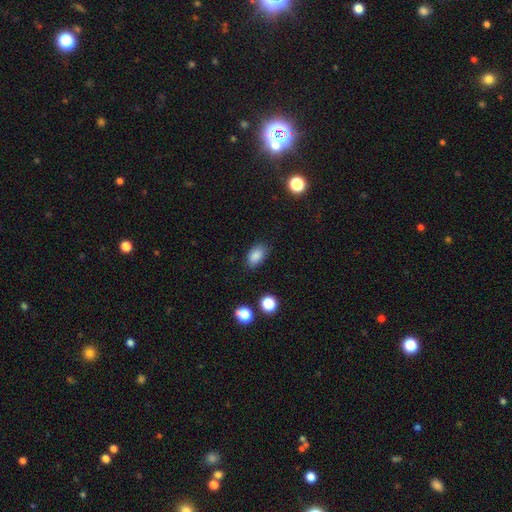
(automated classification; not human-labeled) A smooth galaxy with no disk features (86%) that is in between round and cigar-shaped (88%). Merging: none (79%).